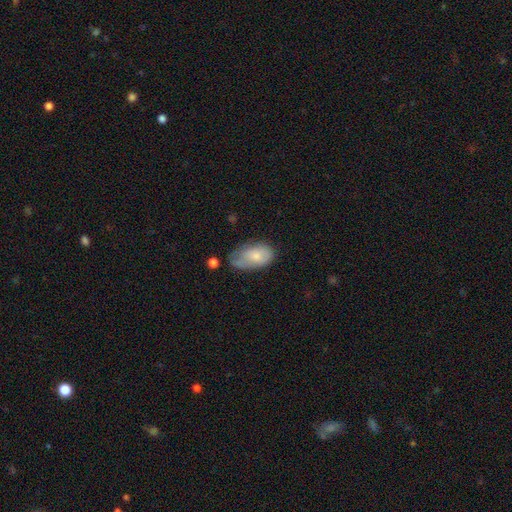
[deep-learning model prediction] Smooth or featured?
  - smooth: 74% *
  - featured or disk: 19%
  - star or artifact: 7%
How rounded?
  - in between: 93% *
  - round: 5%
  - cigar-shaped: 2%
Merging?
  - none: 43% *
  - minor disturbance: 38%
  - major disturbance: 15%
  - merger: 4%